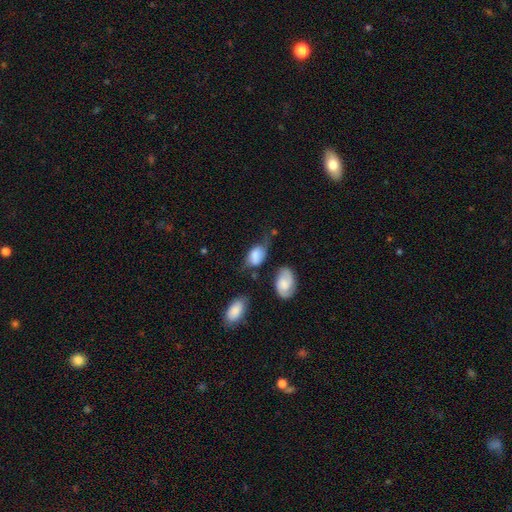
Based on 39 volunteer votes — Smooth or featured: smooth — 72% (featured or disk — 23%)
How rounded: in between — 89% (round — 11%)
Merging: minor disturbance — 51% (major disturbance — 27%)